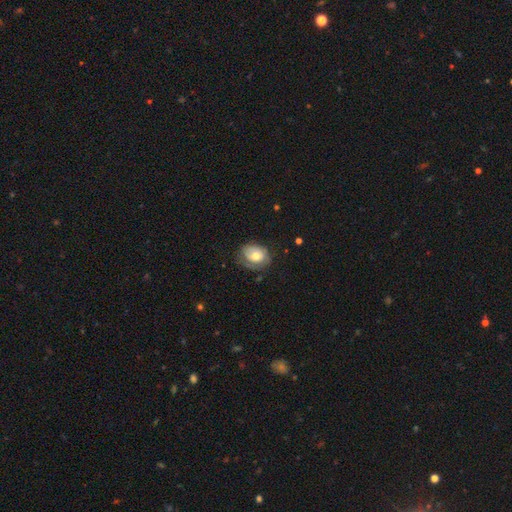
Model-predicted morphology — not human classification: smooth 52%, featured or disk 40%, star or artifact 8%. Down the decision tree: how rounded — in between (56%); merging — none (58%).